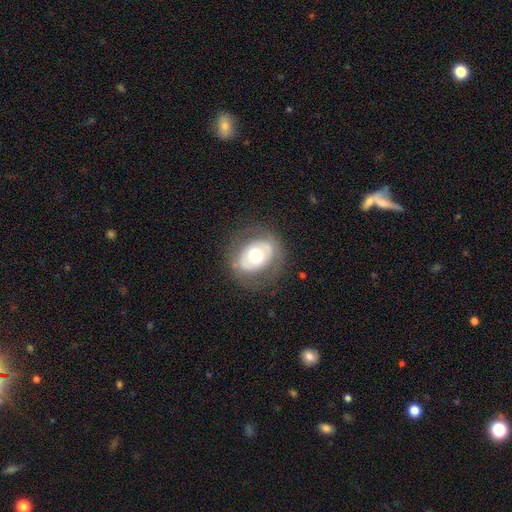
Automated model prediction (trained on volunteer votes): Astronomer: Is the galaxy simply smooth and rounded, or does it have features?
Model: smooth — 47% (runner-up: featured or disk, 45%).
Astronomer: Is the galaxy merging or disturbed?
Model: none — 76%.